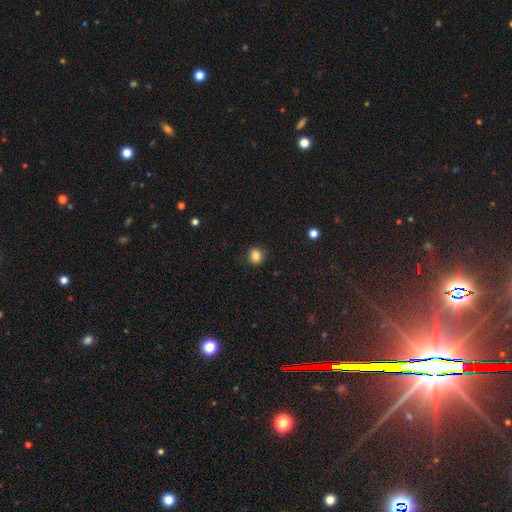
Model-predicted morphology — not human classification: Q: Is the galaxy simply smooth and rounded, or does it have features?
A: smooth — 84%.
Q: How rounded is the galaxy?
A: round — 79%.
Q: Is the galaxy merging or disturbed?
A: none — 88%.